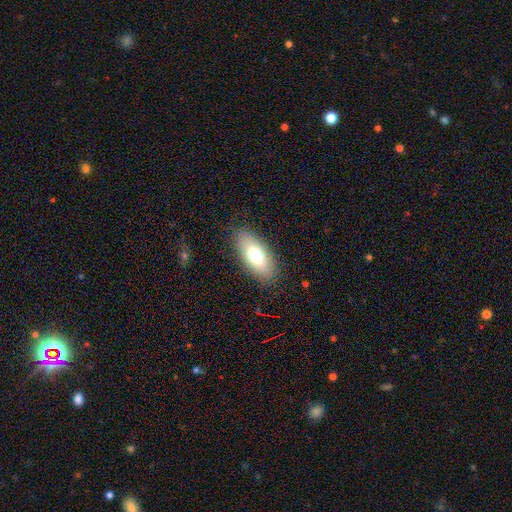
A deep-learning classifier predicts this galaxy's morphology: smooth 73%, featured or disk 20%, star or artifact 8%. Down the decision tree: how rounded — in between (85%); merging — none (86%).